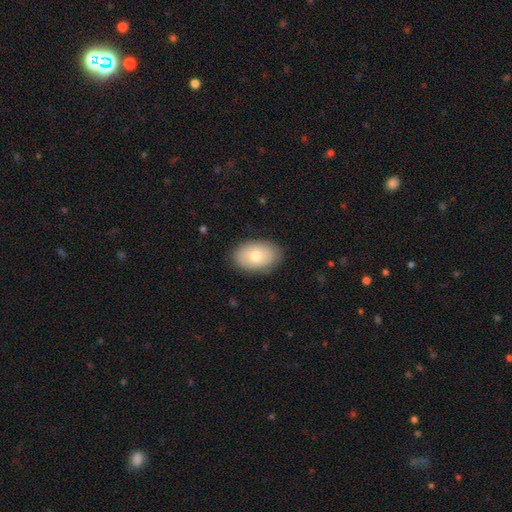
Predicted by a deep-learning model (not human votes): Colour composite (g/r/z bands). It shows a smooth galaxy with no disk features (74%) that is in between round and cigar-shaped (89%). Merging: none (85%).